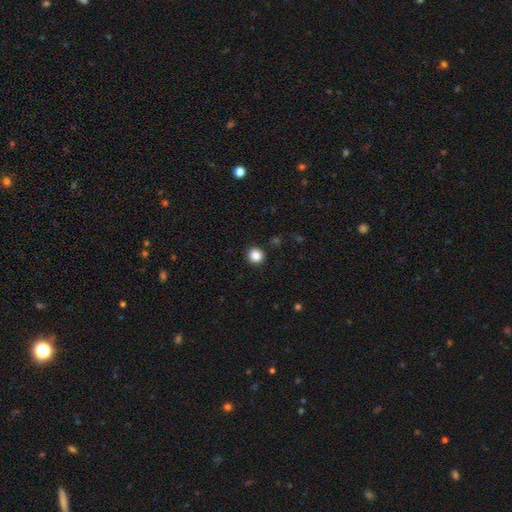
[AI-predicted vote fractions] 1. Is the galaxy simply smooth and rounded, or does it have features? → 85% smooth, 11% star or artifact, 4% featured or disk.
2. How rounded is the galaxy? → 94% round, 5% in between, 1% cigar-shaped.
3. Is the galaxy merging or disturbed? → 92% none, 5% minor disturbance, 2% major disturbance, 1% merger.